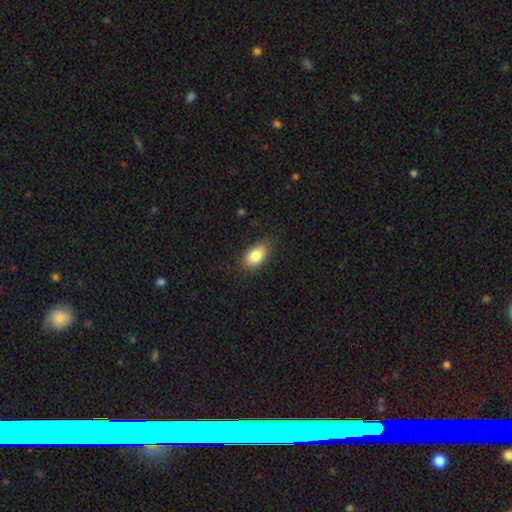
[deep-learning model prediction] A smooth galaxy with no disk features (83%) that is in between round and cigar-shaped (91%). Merging: none (84%).